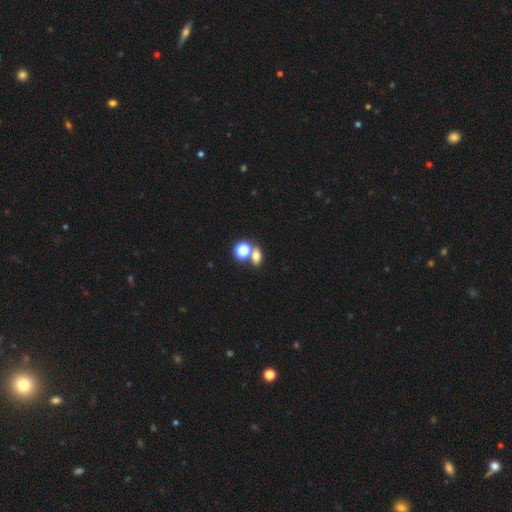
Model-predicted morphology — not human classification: Smooth or featured? smooth (70%)
How rounded? in between (63%)
Merging? none (54%)